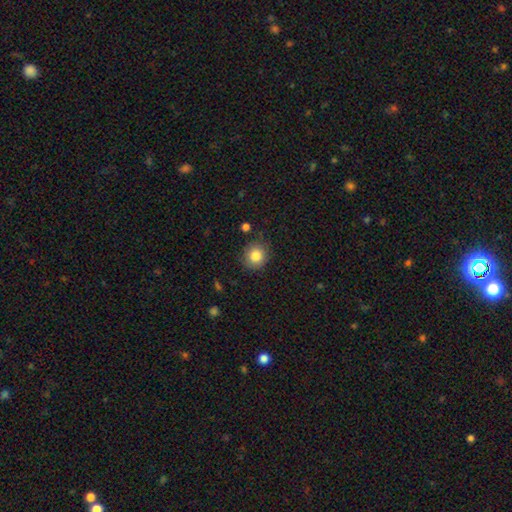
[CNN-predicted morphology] Smooth or featured: smooth — 84% (star or artifact — 10%)
How rounded: round — 86% (in between — 13%)
Merging: none — 83% (minor disturbance — 12%)